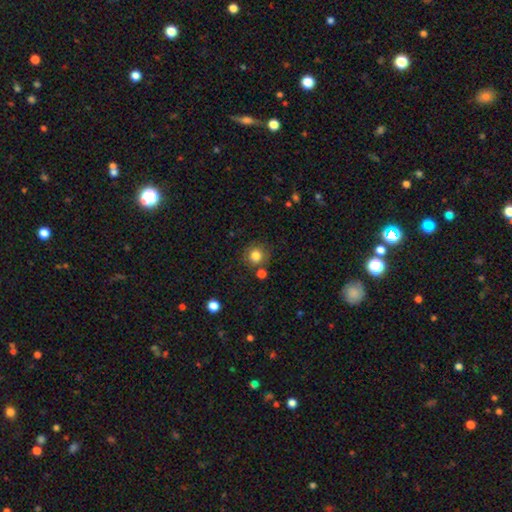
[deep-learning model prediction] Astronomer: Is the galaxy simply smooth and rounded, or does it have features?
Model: smooth — 82%.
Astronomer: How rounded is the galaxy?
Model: round — 90%.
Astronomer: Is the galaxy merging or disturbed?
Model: none — 78%.